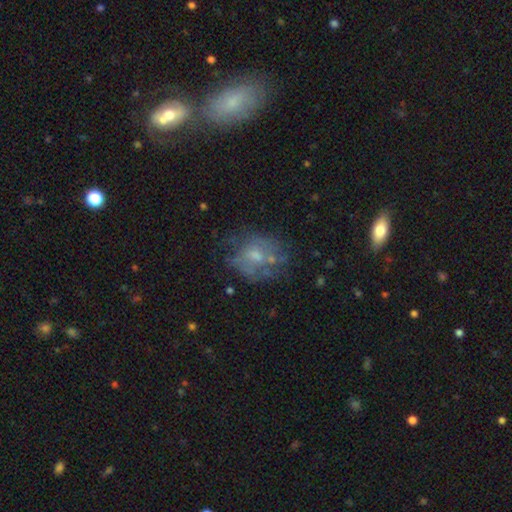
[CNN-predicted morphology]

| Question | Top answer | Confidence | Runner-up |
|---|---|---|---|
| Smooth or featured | featured or disk | 52% | smooth (35%) |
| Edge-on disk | no | 97% | yes (3%) |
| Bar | no | 77% | weak (20%) |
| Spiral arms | no | 68% | yes (32%) |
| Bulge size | moderate | 44% | small (38%) |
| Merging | none | 48% | minor disturbance (23%) |